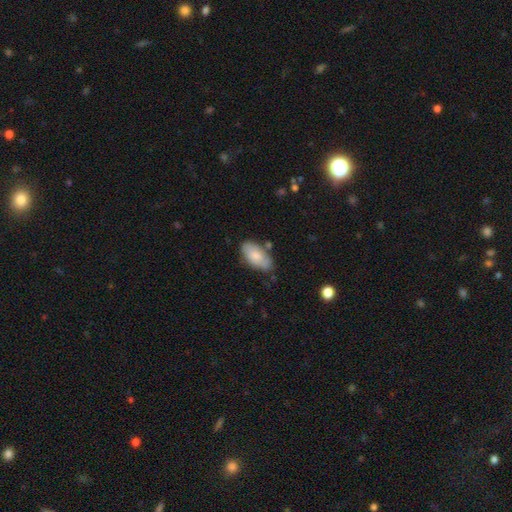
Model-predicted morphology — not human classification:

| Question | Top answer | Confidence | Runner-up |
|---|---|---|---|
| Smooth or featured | smooth | 74% | featured or disk (20%) |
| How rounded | in between | 94% | cigar-shaped (3%) |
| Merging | none | 68% | minor disturbance (22%) |